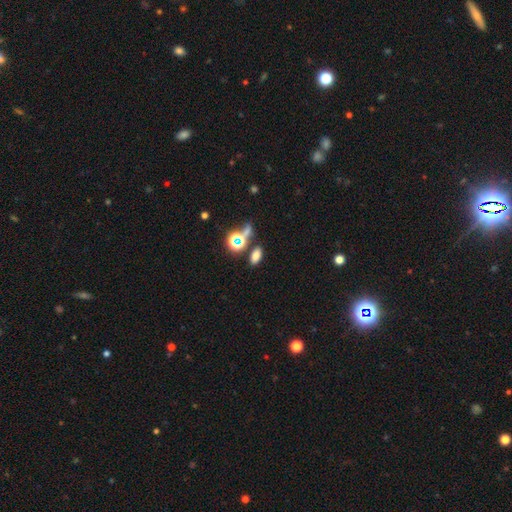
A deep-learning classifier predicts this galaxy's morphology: Q: Smooth or featured?
A: smooth (68%); runner-up: star or artifact (22%)
Q: How rounded?
A: in between (83%); runner-up: round (11%)
Q: Merging?
A: none (77%); runner-up: merger (9%)